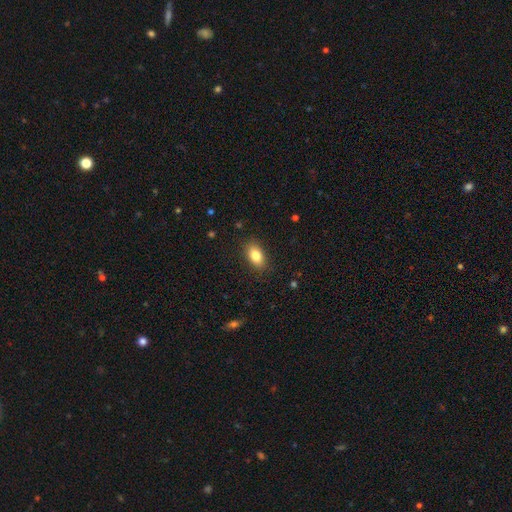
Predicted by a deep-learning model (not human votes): A smooth galaxy with no disk features (83%) that is in between round and cigar-shaped (88%). Merging: none (87%).